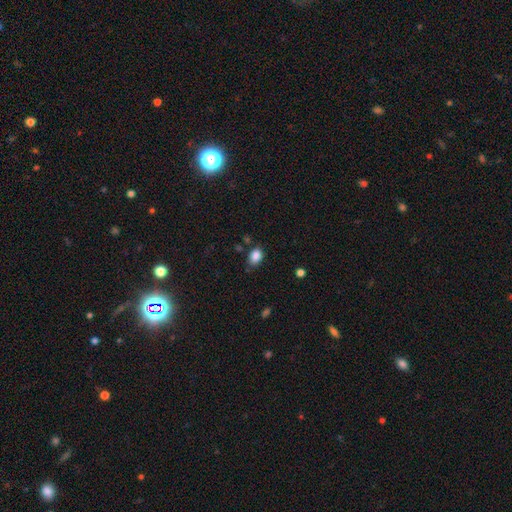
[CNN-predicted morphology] smooth-or-featured: smooth: 86% | star or artifact: 9% | featured or disk: 4%
  how-rounded: in between: 74% | round: 25% | cigar-shaped: 1%
  merging: none: 78% | minor disturbance: 15% | major disturbance: 3% | merger: 3%